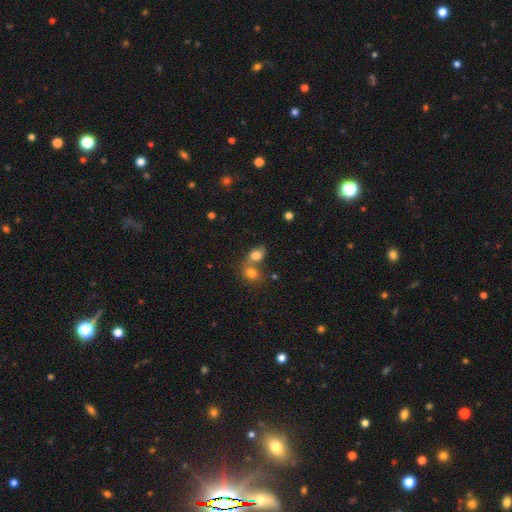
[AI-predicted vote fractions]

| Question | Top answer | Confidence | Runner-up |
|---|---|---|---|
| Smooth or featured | smooth | 79% | star or artifact (11%) |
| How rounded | in between | 66% | round (32%) |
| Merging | merger | 53% | none (34%) |